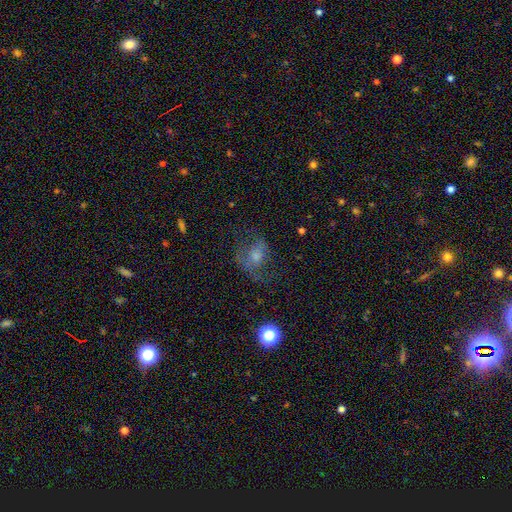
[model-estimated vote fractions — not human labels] smooth-or-featured: featured or disk: 43% | smooth: 37% | star or artifact: 20%
  merging: none: 47% | major disturbance: 30% | minor disturbance: 21% | merger: 2%